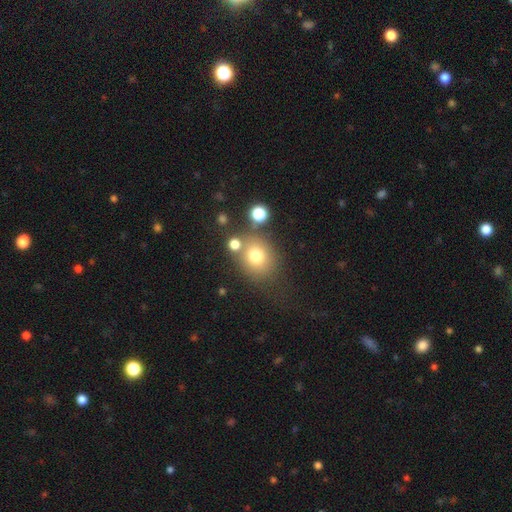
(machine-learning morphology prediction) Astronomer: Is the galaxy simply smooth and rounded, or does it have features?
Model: smooth — 74%.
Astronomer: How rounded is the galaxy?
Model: round — 70%.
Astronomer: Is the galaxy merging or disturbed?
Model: none — 66%.